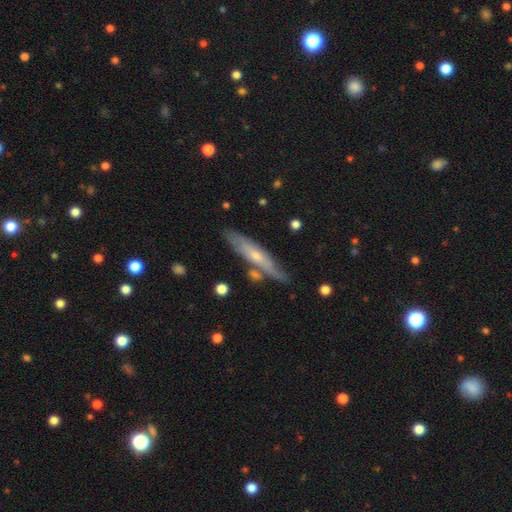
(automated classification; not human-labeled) featured or disk 53%, smooth 41%, star or artifact 6%. Down the decision tree: edge-on disk — yes (75%); merging — none (74%).